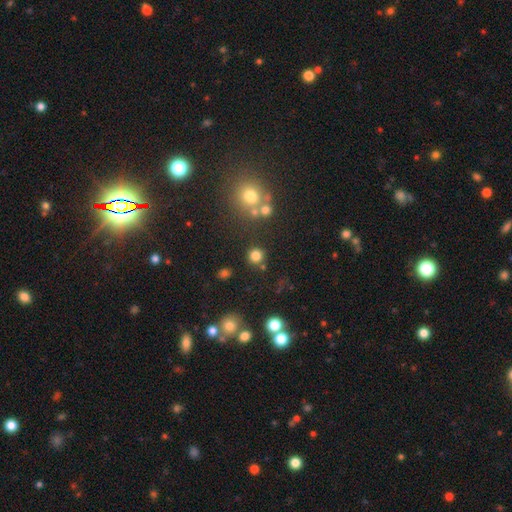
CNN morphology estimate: Smooth or featured: smooth — 79% (star or artifact — 15%)
How rounded: round — 93% (in between — 6%)
Merging: none — 83% (minor disturbance — 7%)